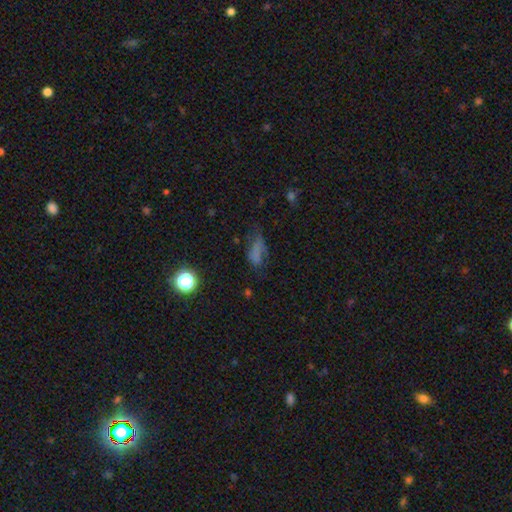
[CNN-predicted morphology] Smooth or featured?
  - smooth: 57% *
  - star or artifact: 25%
  - featured or disk: 18%
How rounded?
  - in between: 64% *
  - cigar-shaped: 25%
  - round: 11%
Merging?
  - none: 47% *
  - minor disturbance: 28%
  - major disturbance: 21%
  - merger: 4%